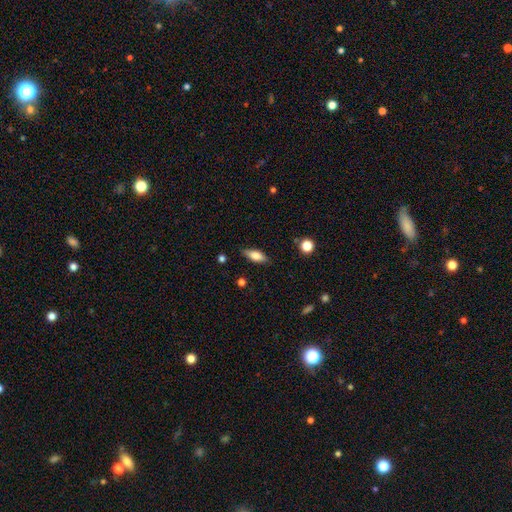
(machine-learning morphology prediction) Smooth or featured: smooth — 73% (featured or disk — 19%)
How rounded: in between — 70% (cigar-shaped — 27%)
Merging: none — 84% (minor disturbance — 12%)